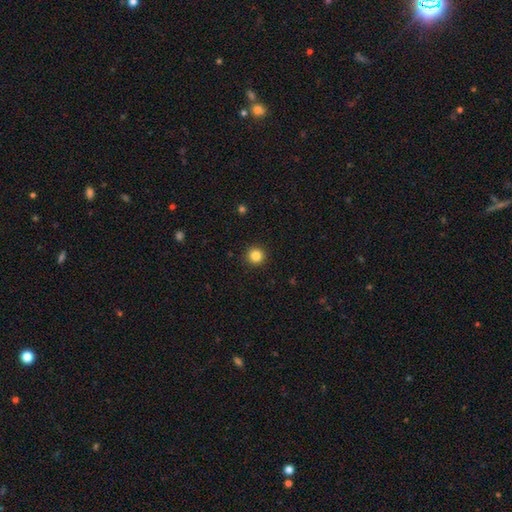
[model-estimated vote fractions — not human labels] smooth_or_featured: smooth (p=0.84) [alt: star or artifact p=0.12]
how_rounded: round (p=0.96) [alt: in between p=0.03]
merging: none (p=0.93) [alt: minor disturbance p=0.04]